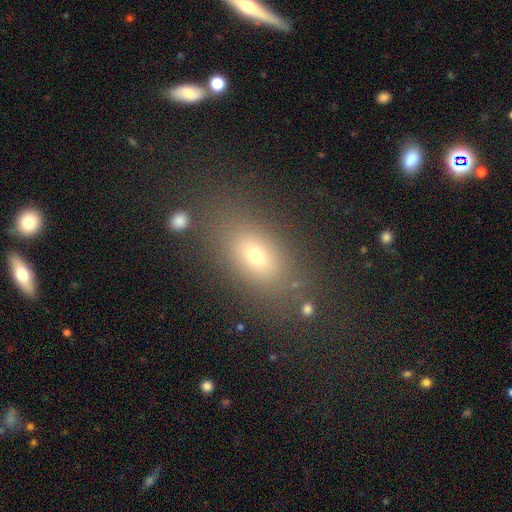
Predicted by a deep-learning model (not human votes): This is likely a smooth galaxy (67%). How rounded: likely in between (77%). Merging: likely none (78%).